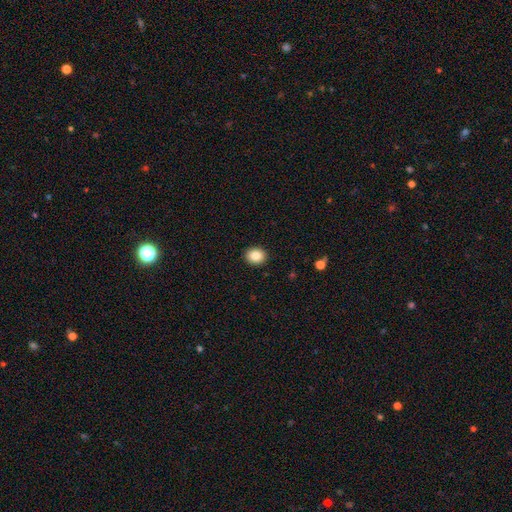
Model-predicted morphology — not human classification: A smooth galaxy with no disk features (87%) that is round (68%). Merging: none (92%).